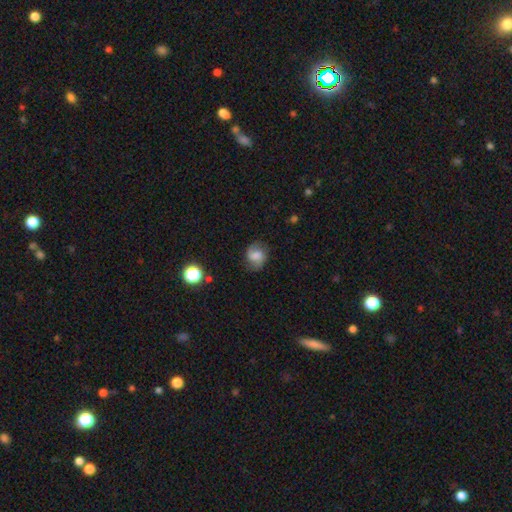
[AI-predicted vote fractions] Q: Smooth or featured?
A: featured or disk (50%); runner-up: smooth (39%)
Q: Edge-on disk?
A: no (97%); runner-up: yes (3%)
Q: Merging?
A: none (74%); runner-up: minor disturbance (18%)